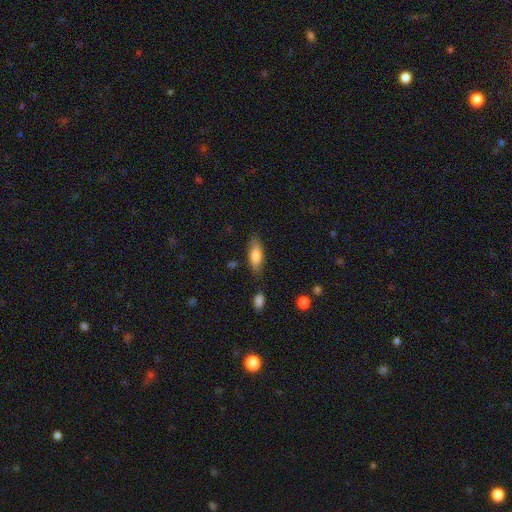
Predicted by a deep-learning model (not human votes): Smooth or featured? Predicted: smooth (p=0.77). How rounded? Predicted: in between (p=0.68). Merging? Predicted: none (p=0.77).